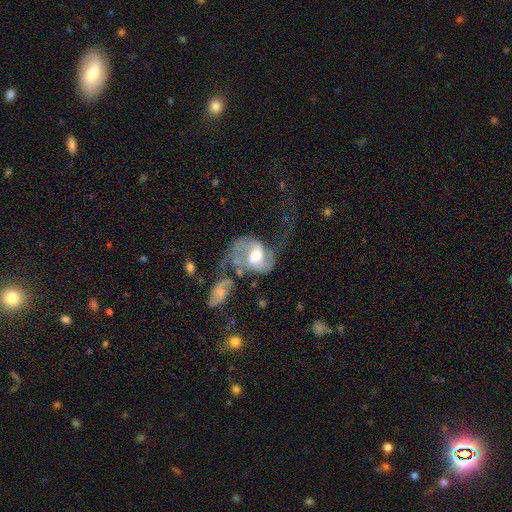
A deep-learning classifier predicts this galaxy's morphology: Overall: featured or disk (78%). Edge-on disk: no (97%). Bar: weak (44%; no 40%). Spiral arms: yes (86%). Spiral arm count: 2 (81%). Spiral winding: loose (43%; medium 42%). Bulge size: moderate (64%). Merging: merger (33%; major disturbance 32%).